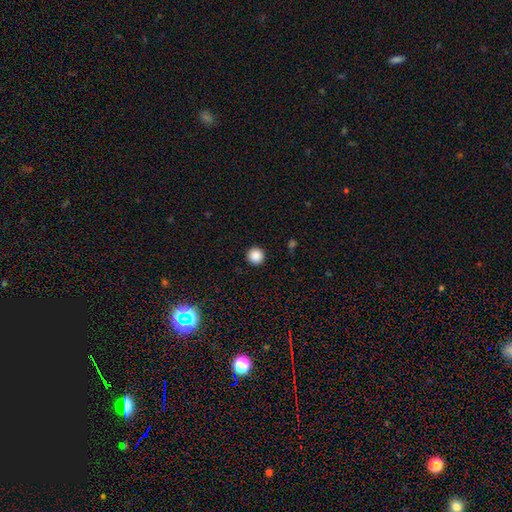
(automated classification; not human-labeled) This appears to be a smooth galaxy with no disk features (87%) that is round (96%). Merging: none (93%).